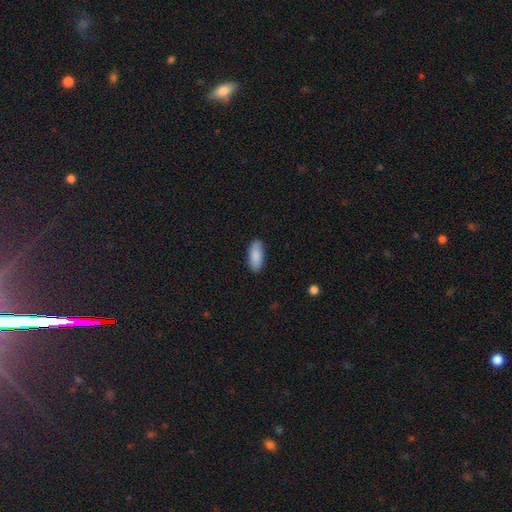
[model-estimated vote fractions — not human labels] This appears to be a smooth galaxy with no disk features (87%) that is in between round and cigar-shaped (85%). Merging: none (87%).